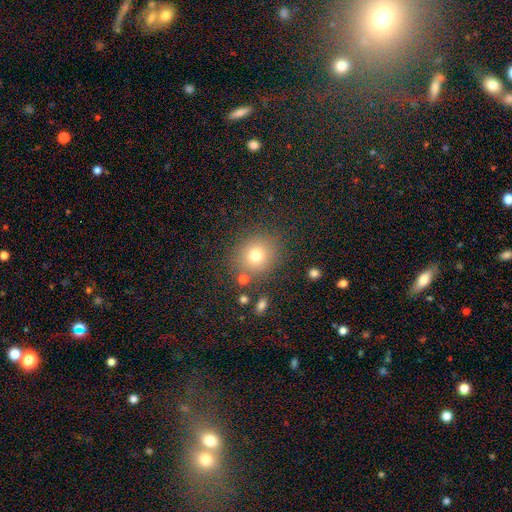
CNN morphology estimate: Smooth or featured? smooth (74%)
How rounded? round (84%)
Merging? none (81%)